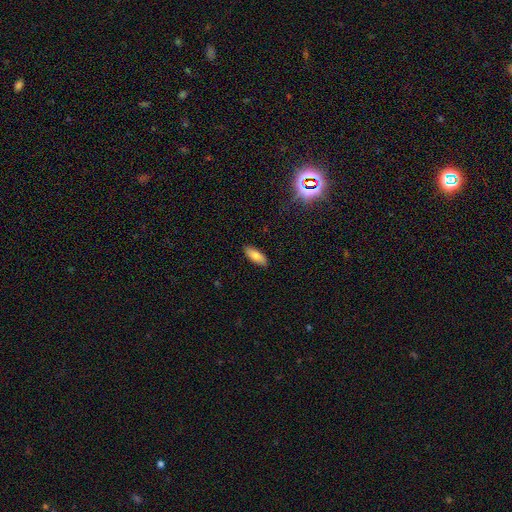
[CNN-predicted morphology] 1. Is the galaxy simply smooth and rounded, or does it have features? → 79% smooth, 13% featured or disk, 8% star or artifact.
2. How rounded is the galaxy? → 76% in between, 22% cigar-shaped, 2% round.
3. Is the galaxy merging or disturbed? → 89% none, 8% minor disturbance, 2% major disturbance, 1% merger.